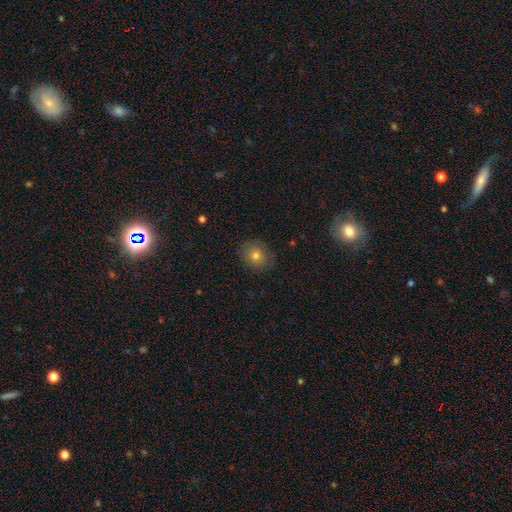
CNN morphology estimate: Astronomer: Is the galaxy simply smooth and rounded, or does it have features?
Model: smooth — 76%.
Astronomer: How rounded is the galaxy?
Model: round — 67%.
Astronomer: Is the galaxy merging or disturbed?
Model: none — 84%.